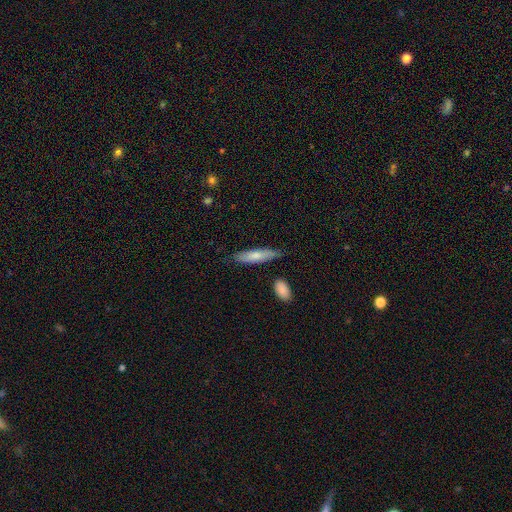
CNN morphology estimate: Q: Smooth or featured?
A: smooth (71%); runner-up: featured or disk (23%)
Q: How rounded?
A: cigar-shaped (74%); runner-up: in between (24%)
Q: Merging?
A: none (80%); runner-up: minor disturbance (14%)